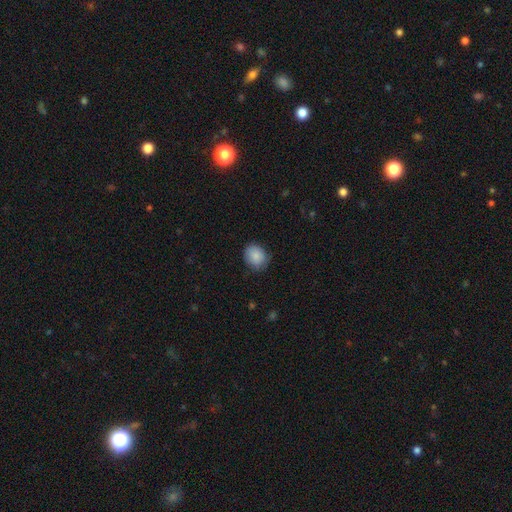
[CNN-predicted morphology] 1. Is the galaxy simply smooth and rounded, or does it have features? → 86% smooth, 7% star or artifact, 7% featured or disk.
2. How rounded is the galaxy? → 64% round, 35% in between, 1% cigar-shaped.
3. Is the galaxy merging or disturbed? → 74% none, 21% minor disturbance, 4% major disturbance, 1% merger.